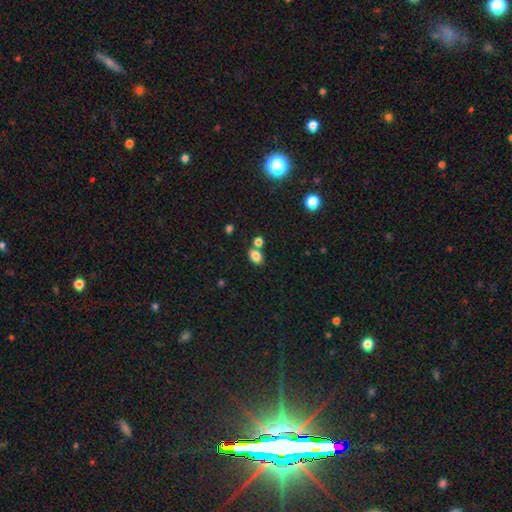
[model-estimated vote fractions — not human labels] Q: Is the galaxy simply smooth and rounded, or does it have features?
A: smooth — 82%.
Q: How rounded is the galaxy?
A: in between — 78%.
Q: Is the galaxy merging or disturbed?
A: none — 62%.